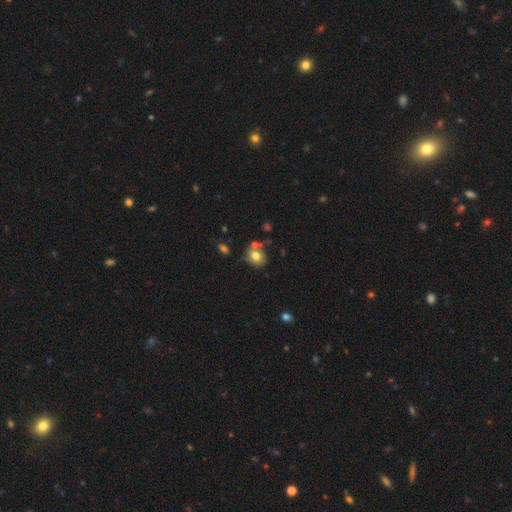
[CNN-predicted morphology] The model was most divided on "how rounded": round: 66%, in between: 33%, cigar-shaped: 1%. More confident: smooth or featured — smooth (76%); merging — none (64%).